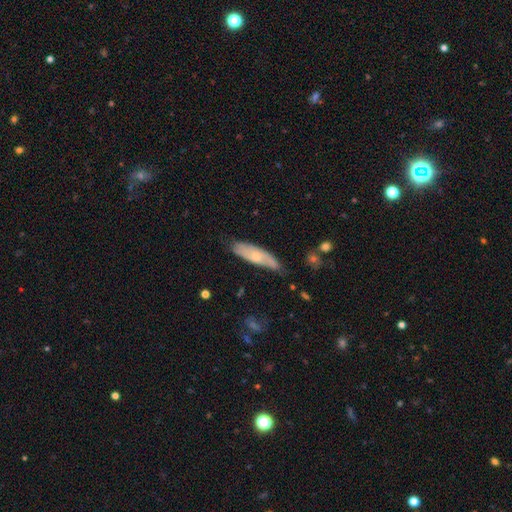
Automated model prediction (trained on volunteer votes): smooth 56%, featured or disk 38%, star or artifact 6%. Down the decision tree: how rounded — cigar-shaped (55%); merging — none (65%).